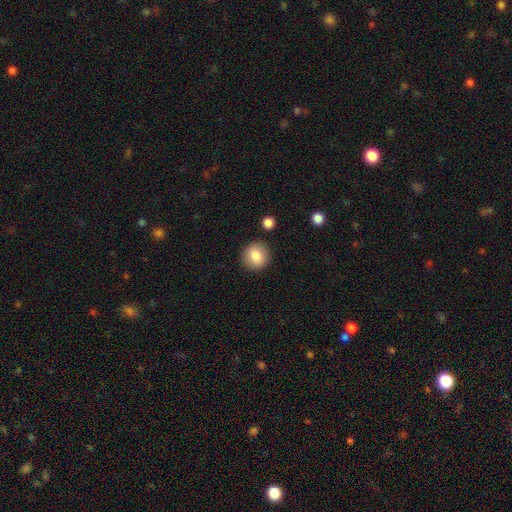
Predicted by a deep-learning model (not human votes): Morphology: type=smooth (84%); roundness=round (91%); merging=none (89%).